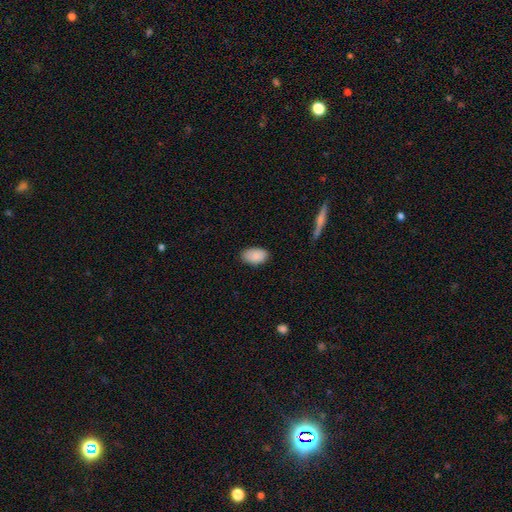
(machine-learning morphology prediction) The model was most divided on "merging": none: 82%, minor disturbance: 14%, major disturbance: 3%, merger: 1%. More confident: how rounded — in between (93%); smooth or featured — smooth (89%).